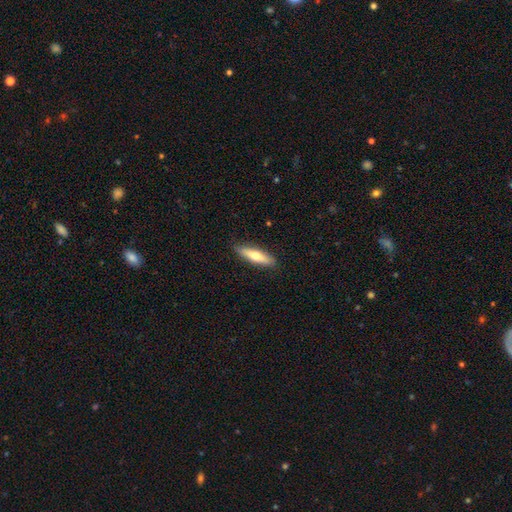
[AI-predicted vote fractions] Smooth or featured: smooth — 58% (featured or disk — 37%)
How rounded: cigar-shaped — 70% (in between — 28%)
Merging: none — 88% (minor disturbance — 9%)